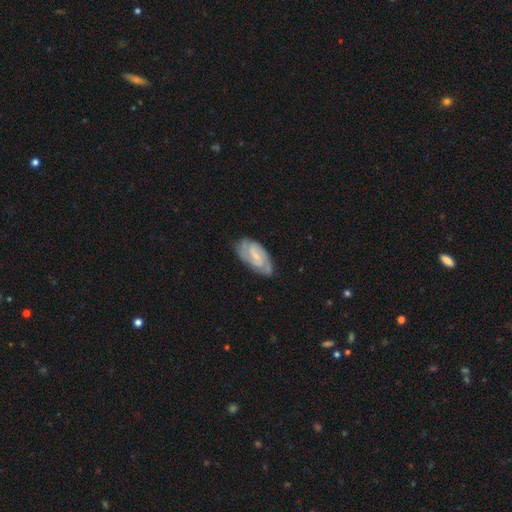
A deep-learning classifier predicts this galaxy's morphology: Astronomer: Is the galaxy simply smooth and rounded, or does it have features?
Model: featured or disk — 76%.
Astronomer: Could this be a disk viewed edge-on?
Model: no — 96%.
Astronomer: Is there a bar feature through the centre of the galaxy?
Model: weak — 53%.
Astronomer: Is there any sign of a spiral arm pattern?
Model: yes — 94%.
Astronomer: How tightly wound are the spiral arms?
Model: tight — 45% (runner-up: medium, 43%).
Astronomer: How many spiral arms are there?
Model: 2 — 78%.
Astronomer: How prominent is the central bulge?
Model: small — 54%.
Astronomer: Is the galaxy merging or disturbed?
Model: none — 75%.